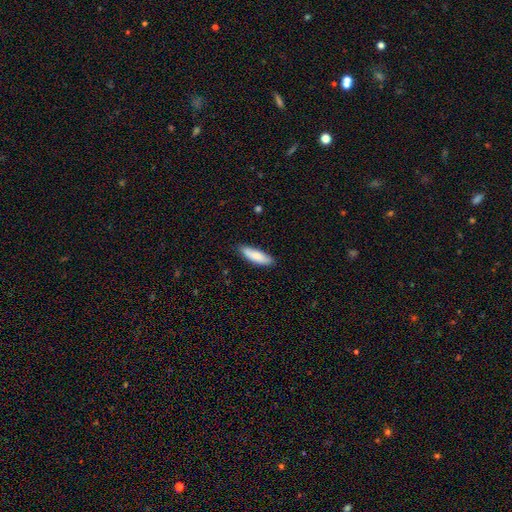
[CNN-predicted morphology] This appears to be a smooth galaxy with no disk features (83%) that is cigar-shaped (49%, tied with in between). Merging: none (80%).